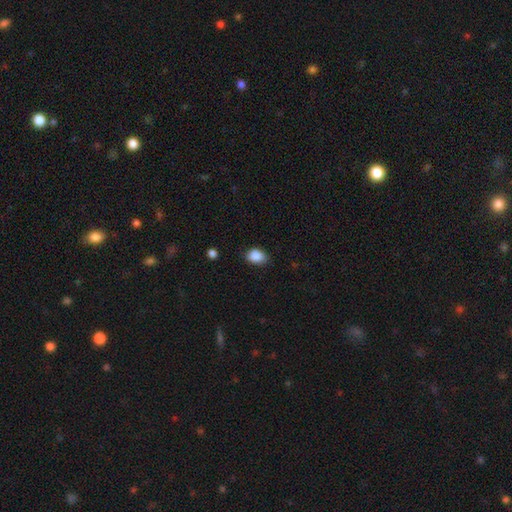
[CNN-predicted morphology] smooth 88%, star or artifact 8%, featured or disk 4%. Down the decision tree: how rounded — in between (76%); merging — none (74%).